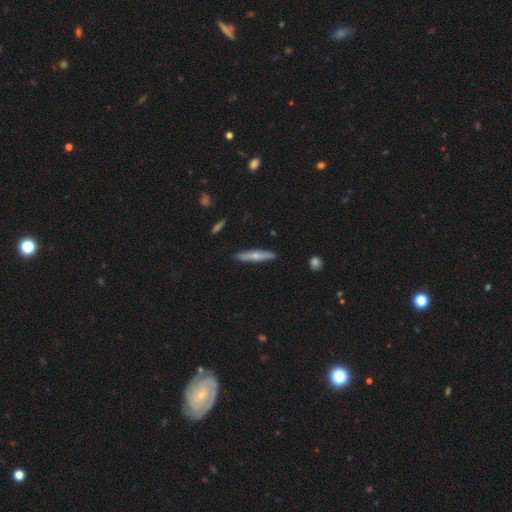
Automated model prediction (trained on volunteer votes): This appears to be a smooth galaxy with no disk features (54%) that is cigar-shaped (89%). Merging: none (89%).